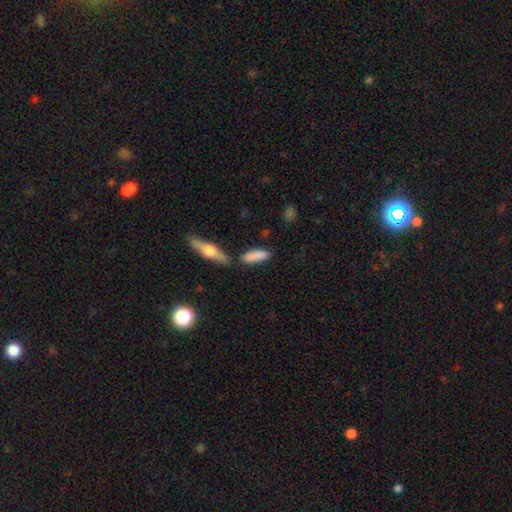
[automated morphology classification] Overall: smooth (82%). How rounded: cigar-shaped (53%; in between 45%). Merging: none (71%).